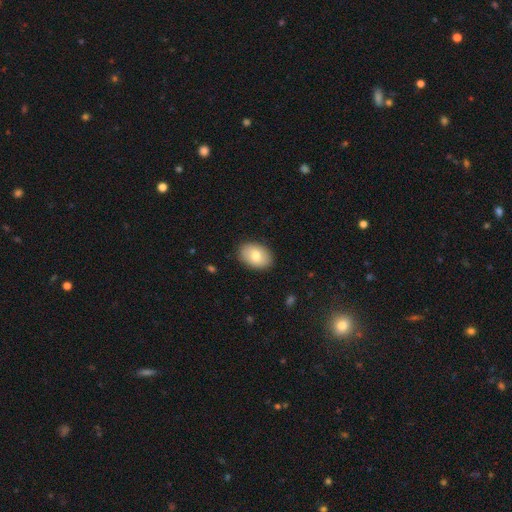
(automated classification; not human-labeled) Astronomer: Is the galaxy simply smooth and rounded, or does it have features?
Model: smooth — 77%.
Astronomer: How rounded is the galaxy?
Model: in between — 83%.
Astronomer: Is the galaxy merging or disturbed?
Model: none — 88%.